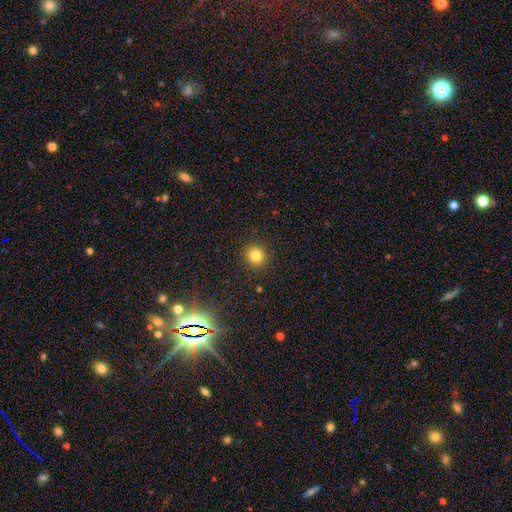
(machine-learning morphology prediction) A smooth galaxy with no disk features (81%) that is round (88%).

Vote fractions:
- Smooth or featured? smooth: 81% / star or artifact: 13% / featured or disk: 6%
- How rounded? round: 88% / in between: 11% / cigar-shaped: 1%
- Merging? none: 91% / minor disturbance: 6% / major disturbance: 2% / merger: 1%